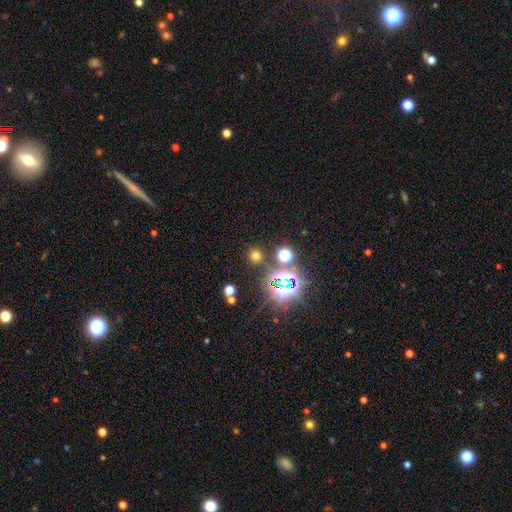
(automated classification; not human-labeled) Smooth or featured? Predicted: smooth (p=0.56). How rounded? Predicted: round (p=0.89). Merging? Predicted: none (p=0.83).